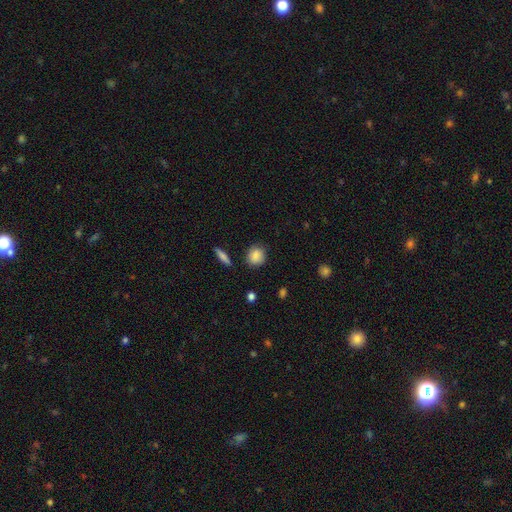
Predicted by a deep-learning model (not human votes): Smooth or featured? smooth (86%)
How rounded? round (71%)
Merging? none (82%)